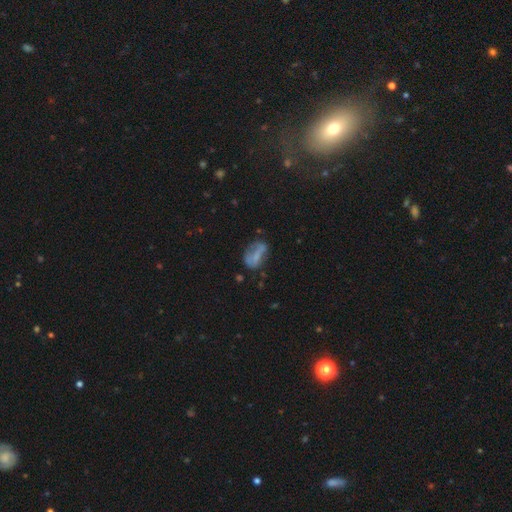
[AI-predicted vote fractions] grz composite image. It shows a smooth galaxy with no disk features (51%) that is in between round and cigar-shaped (81%). Merging: none (42%).